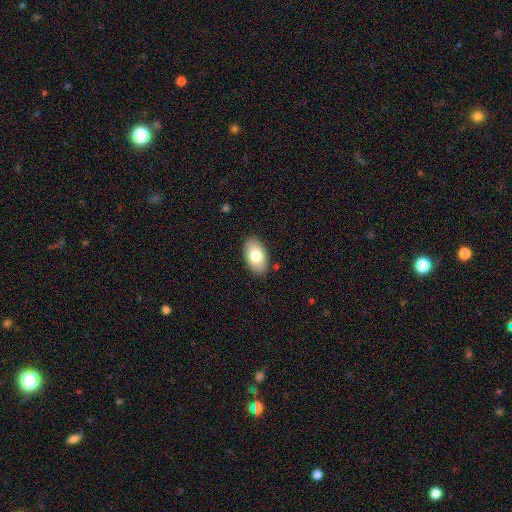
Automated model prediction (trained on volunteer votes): Smooth or featured? Predicted: smooth (p=0.80). How rounded? Predicted: in between (p=0.95). Merging? Predicted: none (p=0.87).